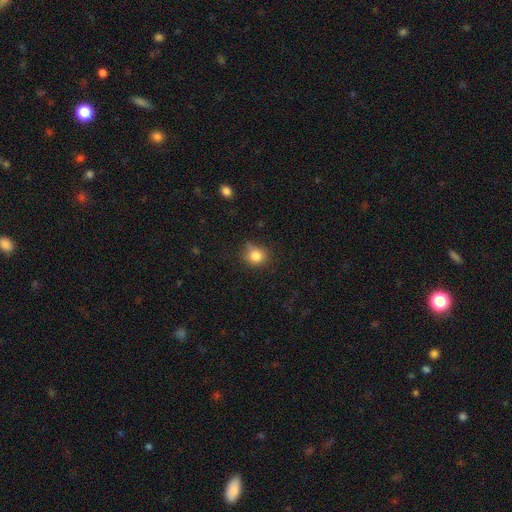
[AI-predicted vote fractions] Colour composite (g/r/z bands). It shows a smooth galaxy with no disk features (83%) that is round (79%). Merging: none (66%).